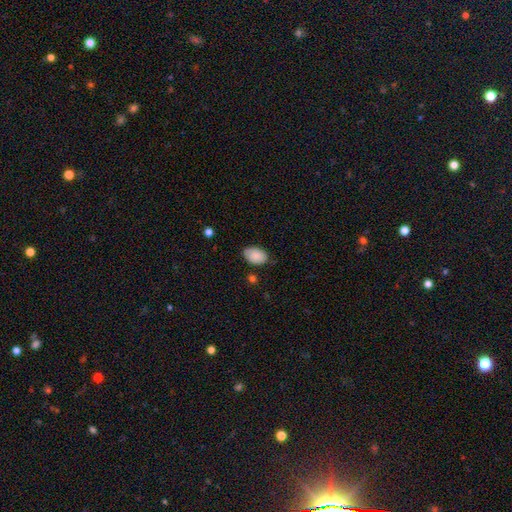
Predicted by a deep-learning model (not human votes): Smooth or featured: smooth — 86% (featured or disk — 7%)
How rounded: in between — 90% (round — 9%)
Merging: none — 77% (minor disturbance — 18%)